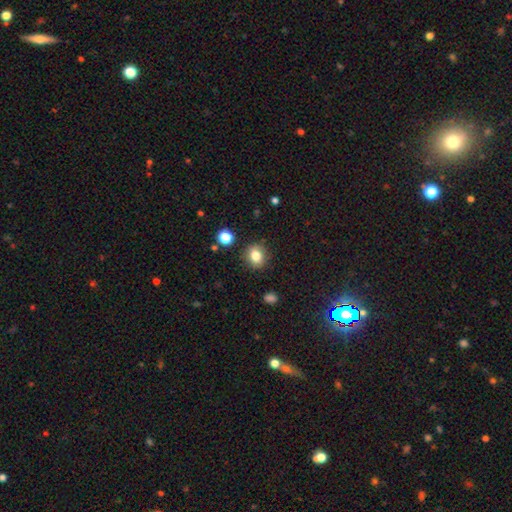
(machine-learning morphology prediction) smooth 81%, star or artifact 11%, featured or disk 8%. Down the decision tree: how rounded — round (75%); merging — none (87%).